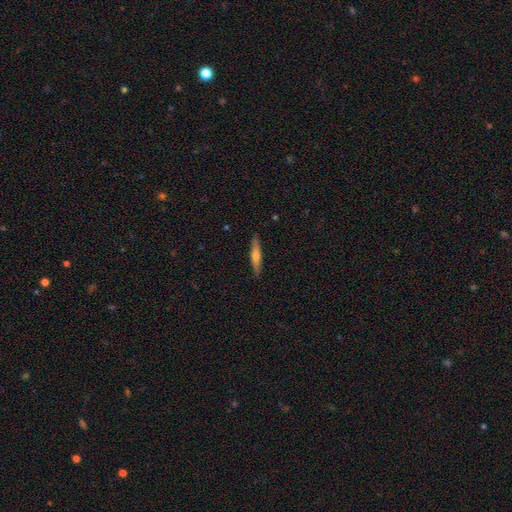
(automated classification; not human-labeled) Overall: smooth (52%; featured or disk 43%). How rounded: cigar-shaped (89%). Merging: none (90%).